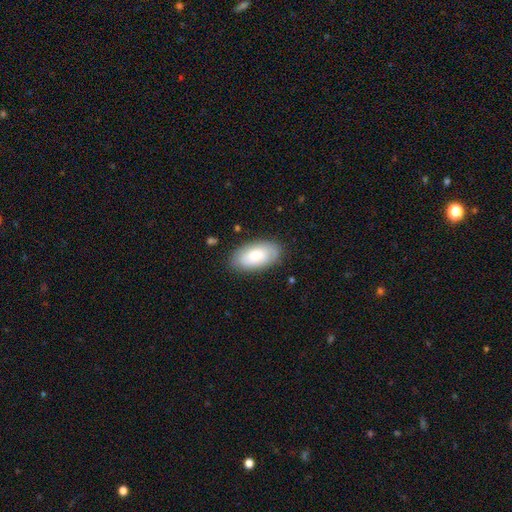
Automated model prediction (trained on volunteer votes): A smooth galaxy with no disk features (74%) that is in between round and cigar-shaped (95%).

Vote fractions:
- Smooth or featured? smooth: 74% / featured or disk: 20% / star or artifact: 6%
- How rounded? in between: 95% / round: 3% / cigar-shaped: 2%
- Merging? none: 84% / minor disturbance: 12% / major disturbance: 3% / merger: 1%